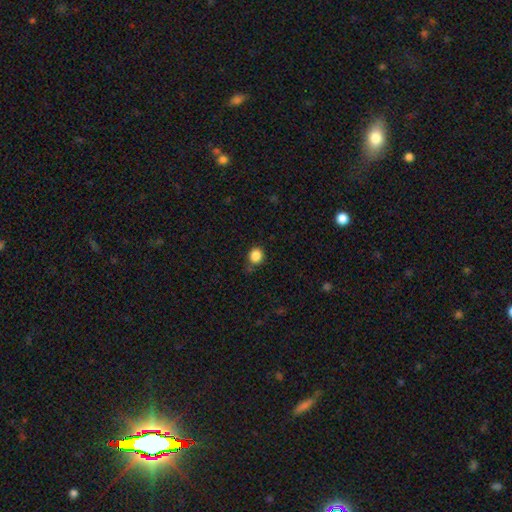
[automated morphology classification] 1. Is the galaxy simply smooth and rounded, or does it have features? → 86% smooth, 11% star or artifact, 3% featured or disk.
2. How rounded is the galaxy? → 80% round, 20% in between, 1% cigar-shaped.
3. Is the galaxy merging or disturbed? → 75% none, 18% minor disturbance, 4% major disturbance, 3% merger.